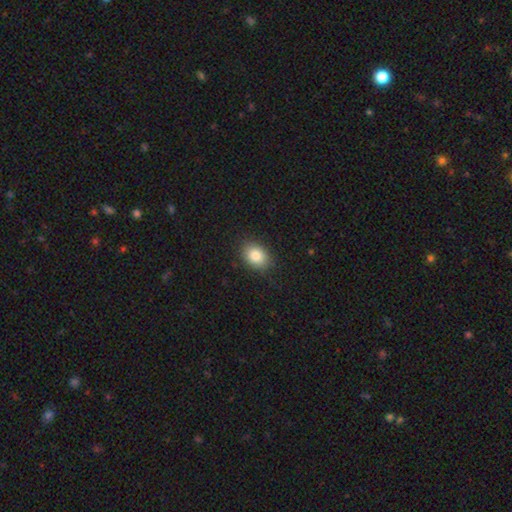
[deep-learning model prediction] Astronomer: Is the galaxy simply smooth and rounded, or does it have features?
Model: smooth — 84%.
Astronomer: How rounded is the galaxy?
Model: in between — 66%.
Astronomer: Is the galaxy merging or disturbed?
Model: none — 87%.